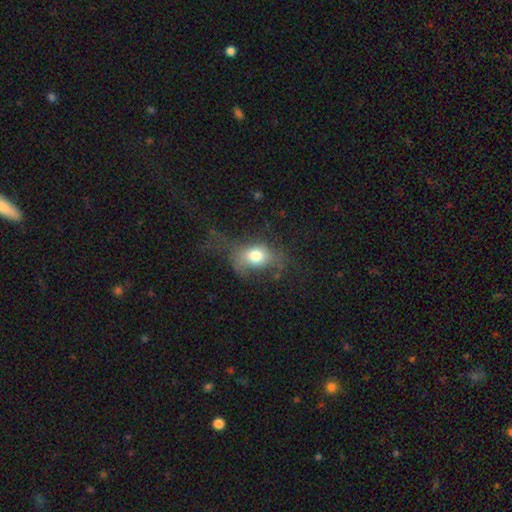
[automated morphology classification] A smooth galaxy with no disk features (67%) that is in between round and cigar-shaped (59%). Merging: major disturbance (37%).